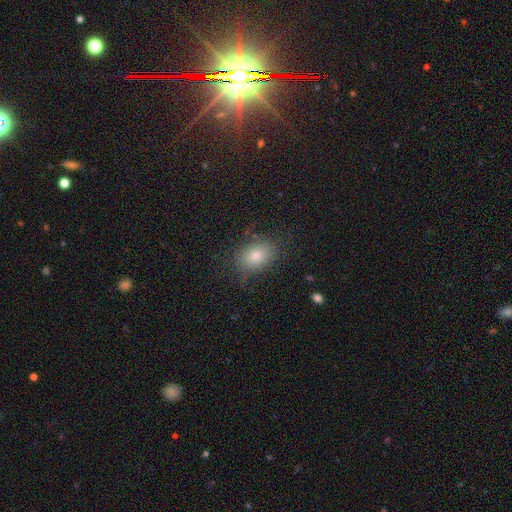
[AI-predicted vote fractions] A smooth galaxy with no disk features (77%) that is in between round and cigar-shaped (74%).

Vote fractions:
- Smooth or featured? smooth: 77% / star or artifact: 13% / featured or disk: 10%
- How rounded? in between: 74% / round: 25% / cigar-shaped: 1%
- Merging? none: 79% / minor disturbance: 15% / major disturbance: 5% / merger: 1%